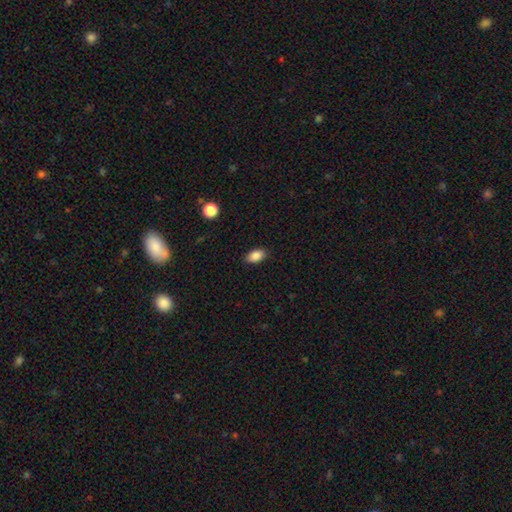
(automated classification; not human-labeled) Smooth or featured? Predicted: smooth (p=0.87). How rounded? Predicted: in between (p=0.91). Merging? Predicted: none (p=0.87).